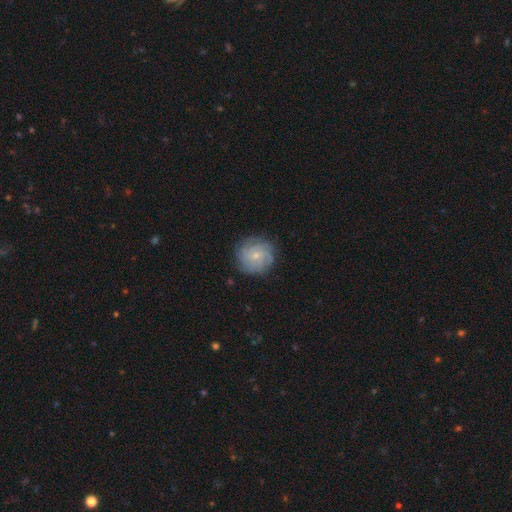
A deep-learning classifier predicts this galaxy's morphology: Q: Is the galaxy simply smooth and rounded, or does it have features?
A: featured or disk — 74%.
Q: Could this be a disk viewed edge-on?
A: no — 98%.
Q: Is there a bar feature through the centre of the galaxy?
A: no — 71%.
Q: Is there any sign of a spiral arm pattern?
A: yes — 96%.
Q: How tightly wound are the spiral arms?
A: tight — 73%.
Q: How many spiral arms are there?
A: can't tell — 31%.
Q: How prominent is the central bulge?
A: small — 70%.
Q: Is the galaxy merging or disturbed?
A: none — 84%.